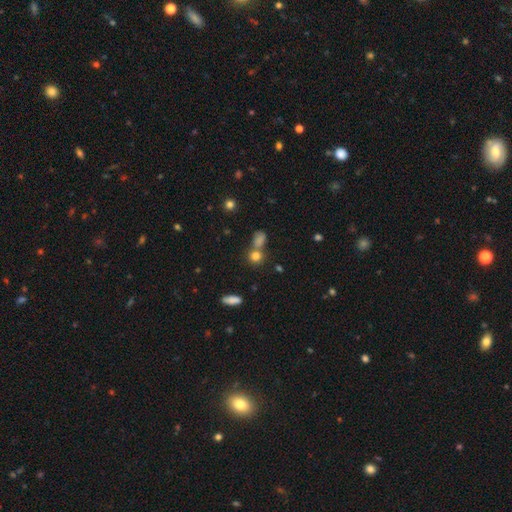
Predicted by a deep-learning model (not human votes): This is likely a smooth galaxy (78%). How rounded: likely round (77%). Merging: possibly none (51%).